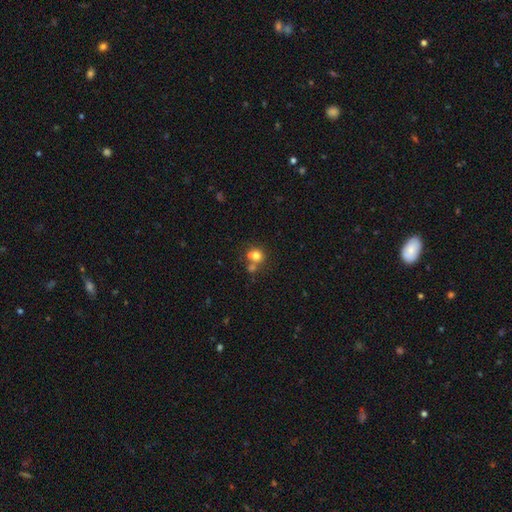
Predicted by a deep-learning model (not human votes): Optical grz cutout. It shows a smooth galaxy with no disk features (73%) that is round (83%). Merging: none (46%).